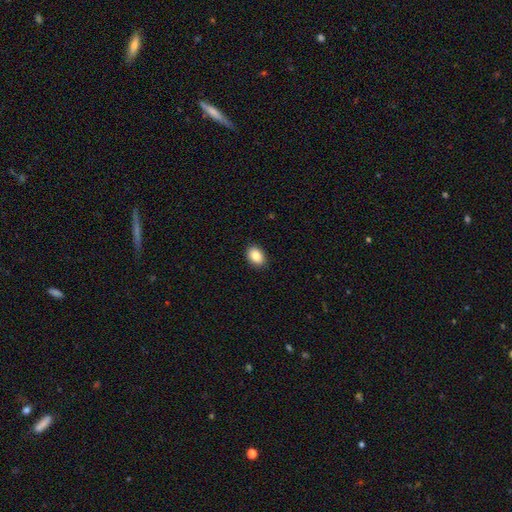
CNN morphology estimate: This is clearly a smooth galaxy (87%). How rounded: likely in between (78%). Merging: clearly none (90%).